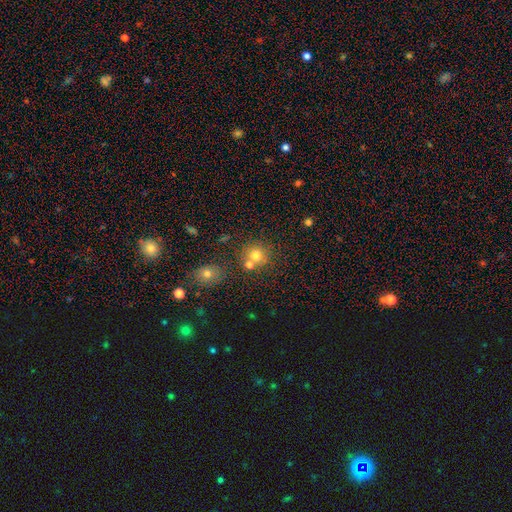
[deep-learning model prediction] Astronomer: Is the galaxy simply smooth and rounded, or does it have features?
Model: smooth — 75%.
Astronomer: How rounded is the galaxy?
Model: round — 86%.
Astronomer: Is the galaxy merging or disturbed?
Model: none — 61%.